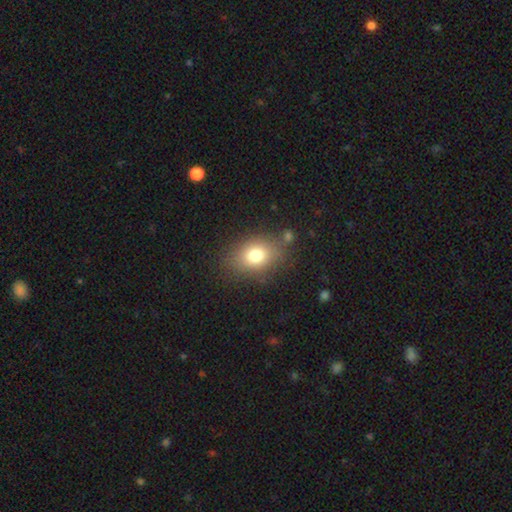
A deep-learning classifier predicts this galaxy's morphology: This is likely a smooth galaxy (79%). How rounded: likely in between (71%). Merging: likely none (76%).